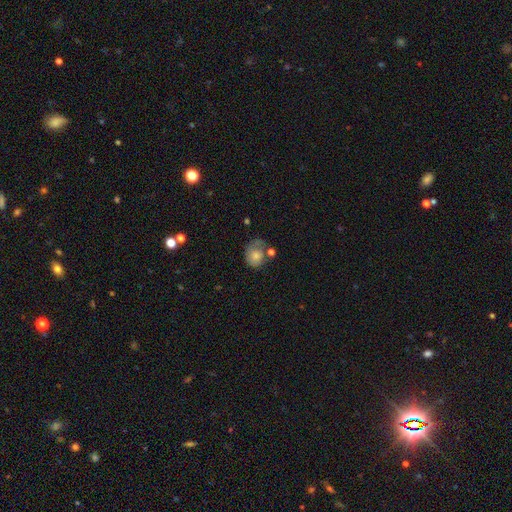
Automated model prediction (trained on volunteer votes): smooth_or_featured: smooth (p=0.65) [alt: featured or disk p=0.26]
how_rounded: round (p=0.59) [alt: in between p=0.40]
merging: none (p=0.37) [alt: minor disturbance p=0.28]